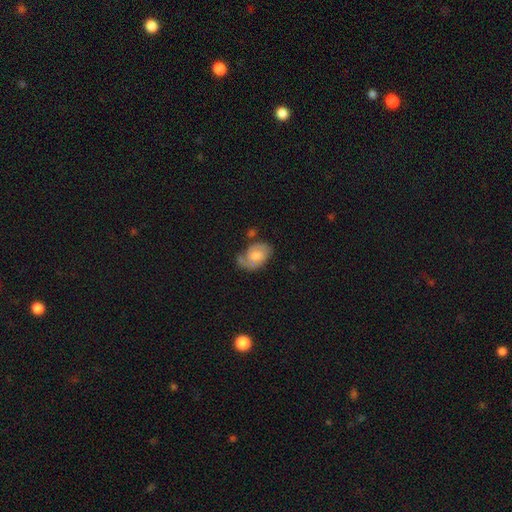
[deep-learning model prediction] Overall: featured or disk (58%; smooth 35%). Edge-on disk: no (96%). Bar: no (65%; weak 31%). Spiral arms: yes (83%). Bulge size: moderate (46%; small 26%). Merging: none (47%; minor disturbance 29%).